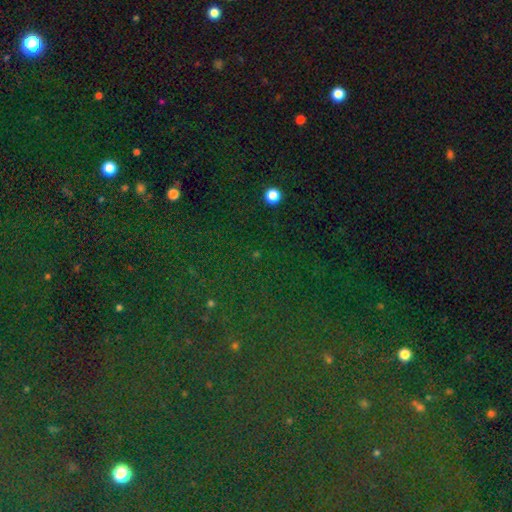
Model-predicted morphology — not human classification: A star or artifact, not a galaxy (81%).

Vote fractions:
- Smooth or featured? star or artifact: 81% / smooth: 12% / featured or disk: 7%